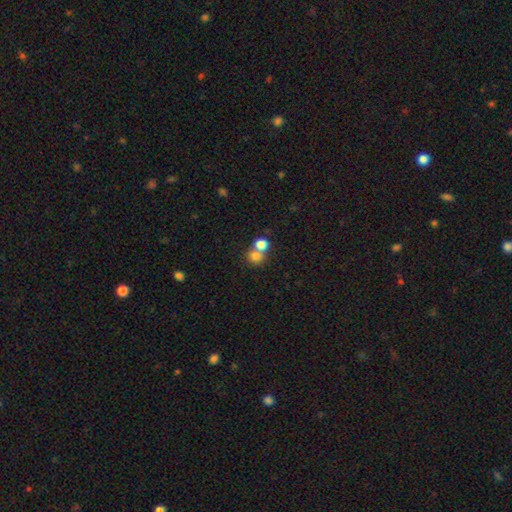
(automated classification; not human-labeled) A smooth galaxy with no disk features (77%) that is round (76%).

Vote fractions:
- Smooth or featured? smooth: 77% / star or artifact: 12% / featured or disk: 11%
- How rounded? round: 76% / in between: 23% / cigar-shaped: 1%
- Merging? merger: 54% / none: 37% / minor disturbance: 6% / major disturbance: 3%